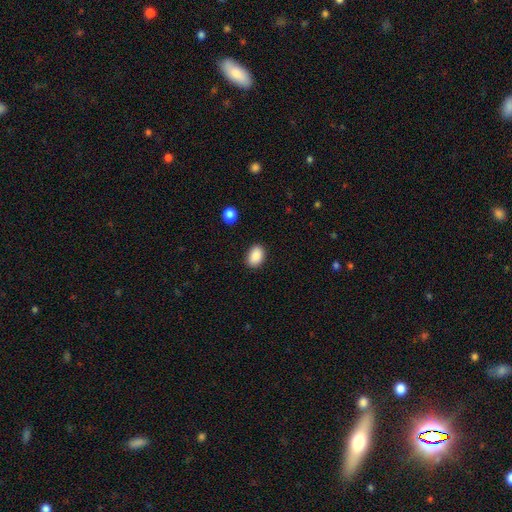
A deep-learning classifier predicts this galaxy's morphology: Smooth or featured? Predicted: smooth (p=0.89). How rounded? Predicted: in between (p=0.84). Merging? Predicted: none (p=0.87).